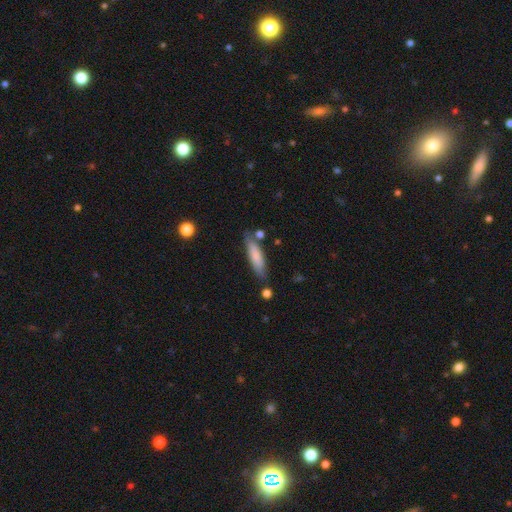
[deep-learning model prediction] A smooth galaxy with no disk features (79%) that is cigar-shaped (70%).

Vote fractions:
- Smooth or featured? smooth: 79% / featured or disk: 15% / star or artifact: 6%
- How rounded? cigar-shaped: 70% / in between: 29% / round: 1%
- Merging? none: 74% / minor disturbance: 16% / merger: 6% / major disturbance: 3%